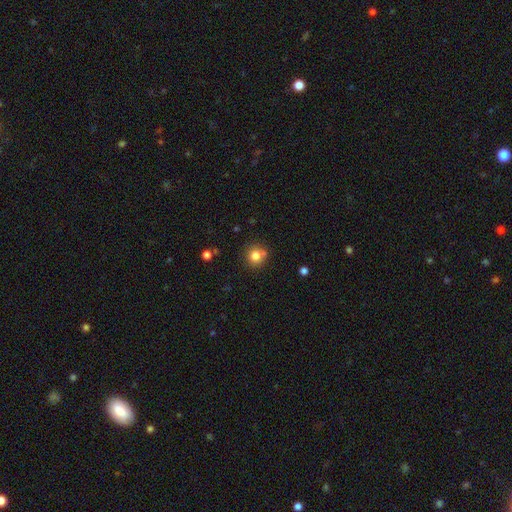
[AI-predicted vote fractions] A smooth galaxy with no disk features (79%) that is round (92%). Merging: none (73%).